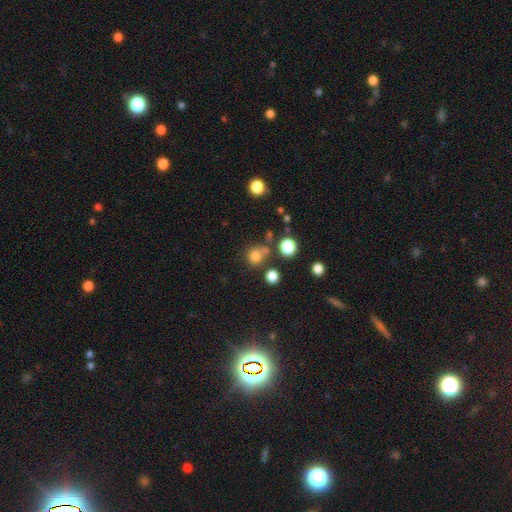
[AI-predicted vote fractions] Smooth or featured? smooth (76%)
How rounded? round (87%)
Merging? none (65%)